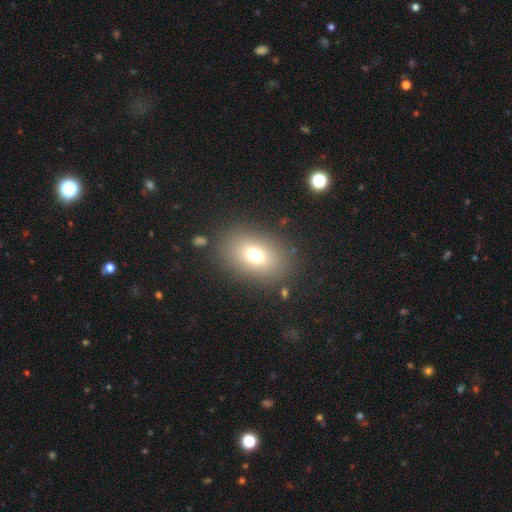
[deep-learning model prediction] Overall: smooth (70%). How rounded: in between (72%). Merging: none (87%).